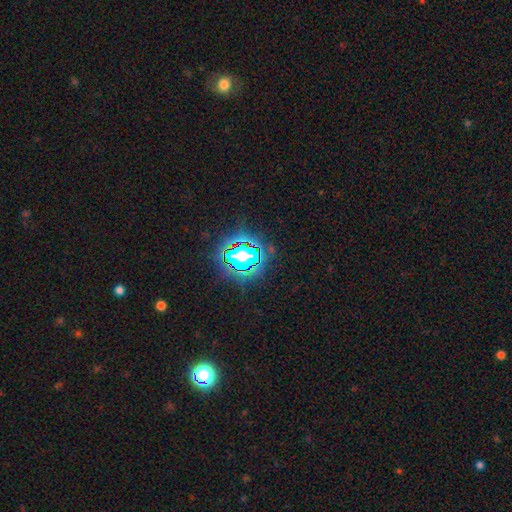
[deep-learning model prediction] smooth-or-featured: star or artifact: 81% | smooth: 12% | featured or disk: 7%